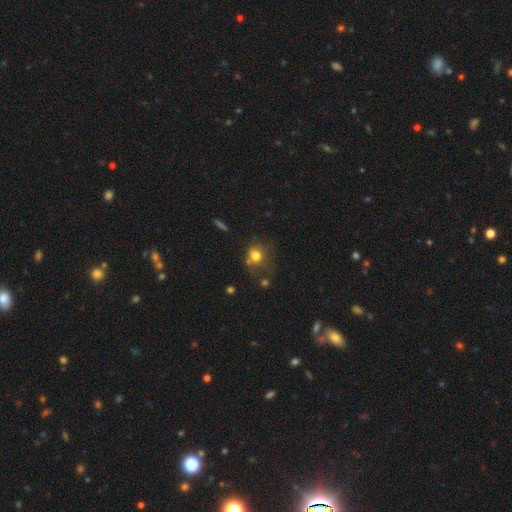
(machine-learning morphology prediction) Smooth or featured?
  - smooth: 74% *
  - star or artifact: 13%
  - featured or disk: 13%
How rounded?
  - round: 73% *
  - in between: 26%
  - cigar-shaped: 1%
Merging?
  - none: 54% *
  - minor disturbance: 21%
  - major disturbance: 13%
  - merger: 11%